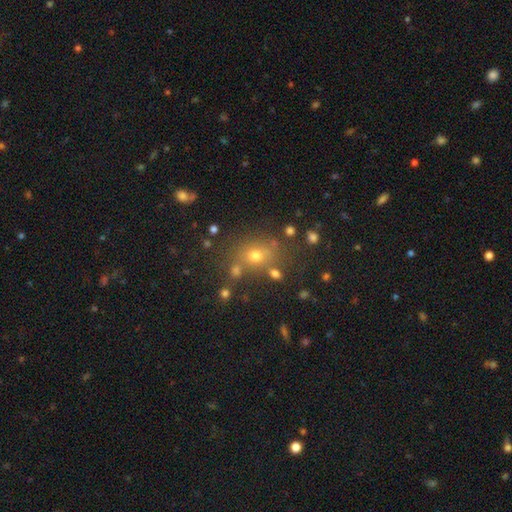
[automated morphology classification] Smooth or featured? Predicted: smooth (p=0.63). How rounded? Predicted: round (p=0.65). Merging? Predicted: none (p=0.68).